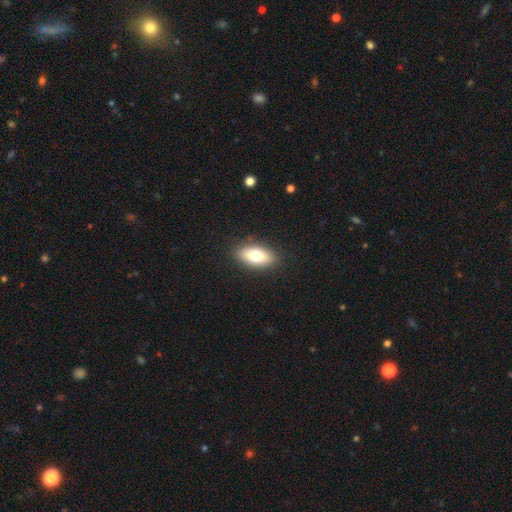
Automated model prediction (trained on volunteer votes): Smooth or featured? Predicted: smooth (p=0.75). How rounded? Predicted: in between (p=0.89). Merging? Predicted: none (p=0.88).